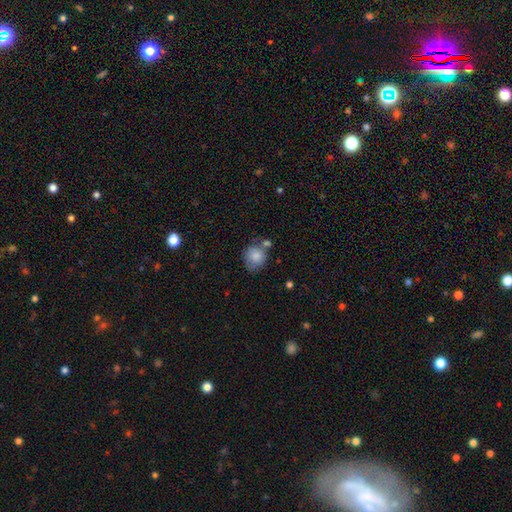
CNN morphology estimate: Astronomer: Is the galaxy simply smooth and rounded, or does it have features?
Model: smooth — 83%.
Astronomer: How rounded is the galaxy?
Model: round — 76%.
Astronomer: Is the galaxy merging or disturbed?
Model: none — 51%.